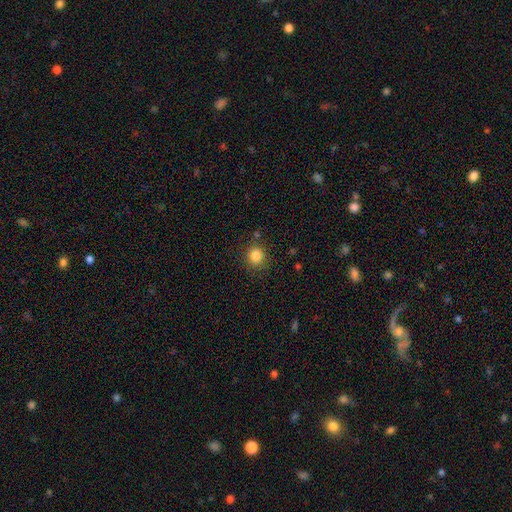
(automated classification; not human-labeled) Overall: smooth (84%). How rounded: round (87%). Merging: none (84%).